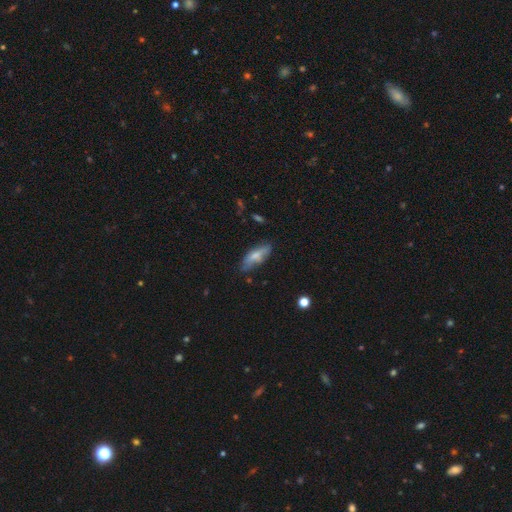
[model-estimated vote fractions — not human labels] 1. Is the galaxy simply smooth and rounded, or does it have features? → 64% smooth, 29% featured or disk, 7% star or artifact.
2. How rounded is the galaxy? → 58% in between, 40% cigar-shaped, 2% round.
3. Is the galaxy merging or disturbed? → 65% none, 26% minor disturbance, 6% major disturbance, 3% merger.